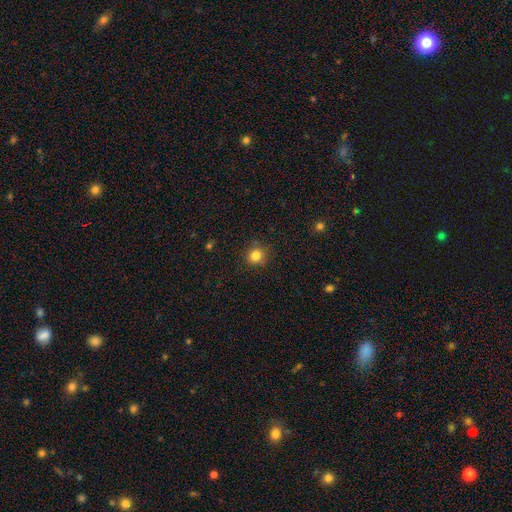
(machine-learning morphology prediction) type=smooth (82%); roundness=round (89%); merging=none (85%).